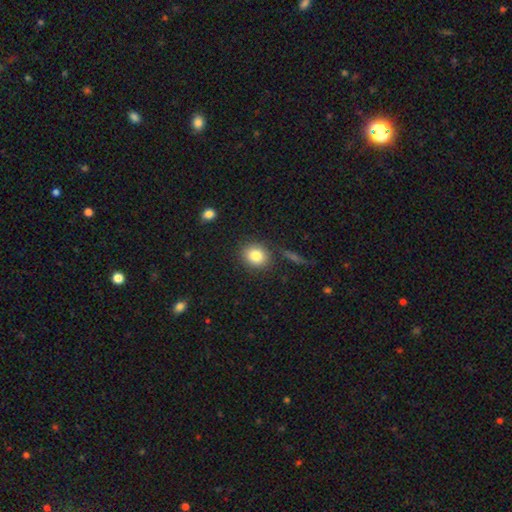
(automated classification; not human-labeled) Morphology: type=smooth (83%); roundness=round (65%); merging=none (85%).